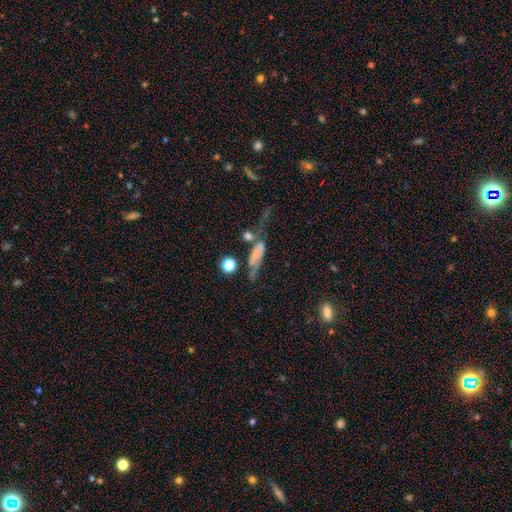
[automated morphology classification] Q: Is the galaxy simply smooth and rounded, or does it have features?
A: smooth — 48%.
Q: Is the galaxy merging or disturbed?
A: none — 28%, tied with major disturbance.